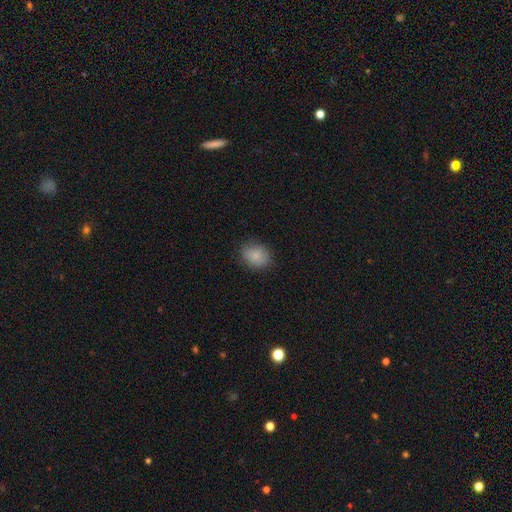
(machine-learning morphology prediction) smooth 86%, star or artifact 8%, featured or disk 6%. Down the decision tree: how rounded — in between (53%); merging — none (85%).